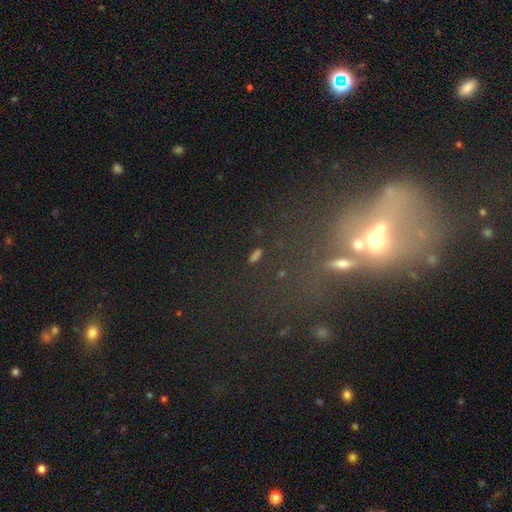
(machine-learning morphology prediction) This appears to be a star or artifact, not a galaxy (47%).